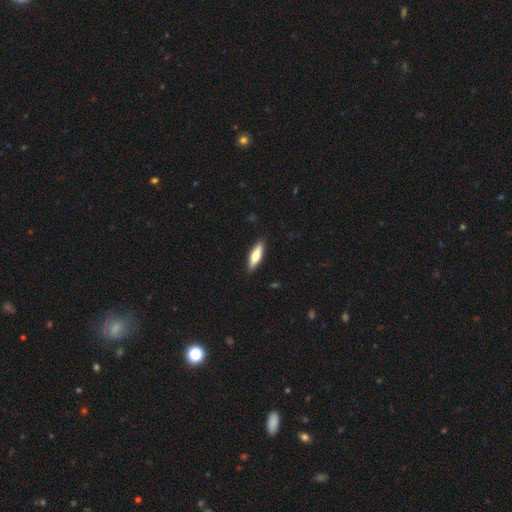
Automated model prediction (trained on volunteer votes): The model was most divided on "how rounded": cigar-shaped: 56%, in between: 42%, round: 2%. More confident: merging — none (88%); smooth or featured — smooth (71%).